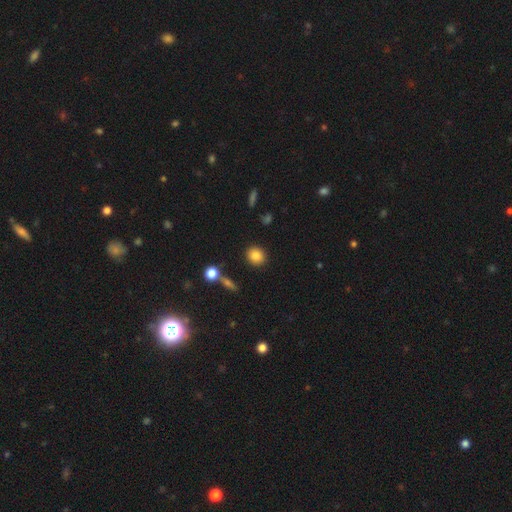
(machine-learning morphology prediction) type=smooth (85%); roundness=round (75%); merging=none (87%).